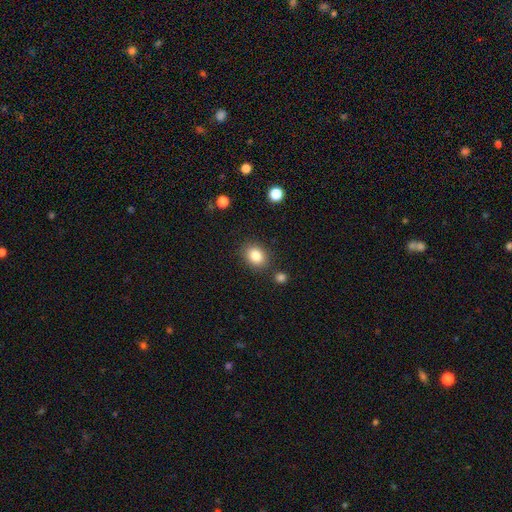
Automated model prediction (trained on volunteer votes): Smooth or featured? Predicted: smooth (p=0.85). How rounded? Predicted: in between (p=0.54). Merging? Predicted: none (p=0.83).